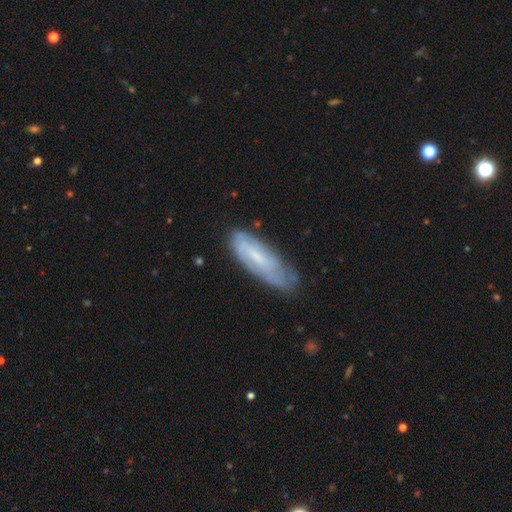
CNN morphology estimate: The model was most divided on "smooth or featured": featured or disk: 52%, smooth: 41%, star or artifact: 7%. More confident: edge-on disk — no (77%); merging — none (60%).